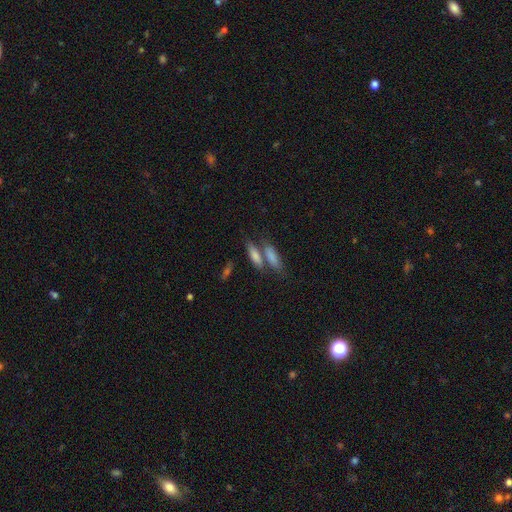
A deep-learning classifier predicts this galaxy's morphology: The model was most divided on "how rounded": cigar-shaped: 50%, in between: 47%, round: 4%. Remaining: smooth or featured — smooth (71%); merging — none (47%).